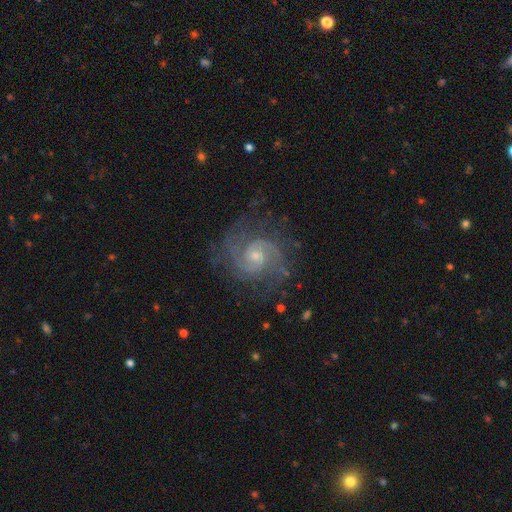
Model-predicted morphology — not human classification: Q: Smooth or featured?
A: featured or disk (90%); runner-up: star or artifact (6%)
Q: Edge-on disk?
A: no (98%); runner-up: yes (2%)
Q: Bar?
A: no (57%); runner-up: weak (37%)
Q: Spiral arms?
A: yes (98%); runner-up: no (2%)
Q: Spiral winding?
A: medium (46%); tied with: tight (46%)
Q: Spiral arm count?
A: 2 (75%); runner-up: 3 (9%)
Q: Bulge size?
A: small (57%); runner-up: moderate (38%)
Q: Merging?
A: none (77%); runner-up: minor disturbance (15%)